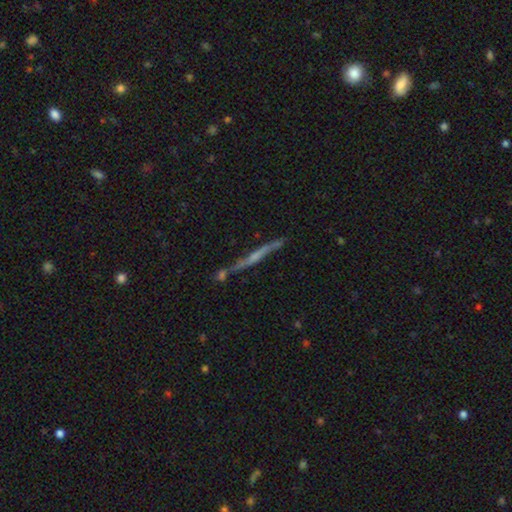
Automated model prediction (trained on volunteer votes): Smooth or featured? Predicted: featured or disk (p=0.71). Edge-on disk? Predicted: yes (p=0.95). Edge-on bulge? Predicted: rounded (p=0.46). Merging? Predicted: none (p=0.75).